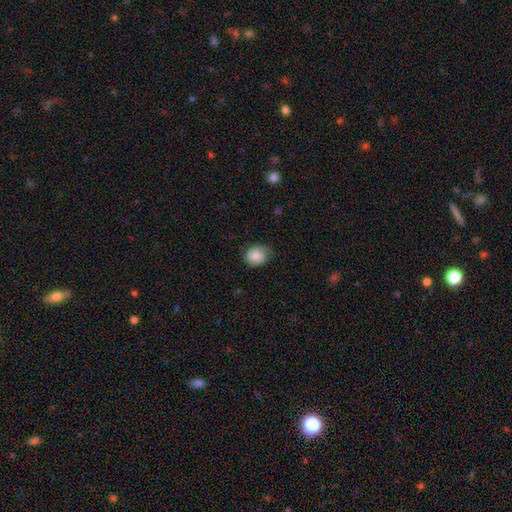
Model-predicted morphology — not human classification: This appears to be a smooth galaxy with no disk features (76%) that is round (60%). Merging: none (65%).